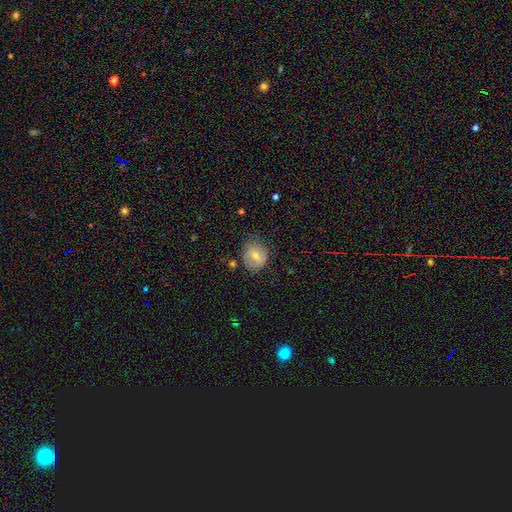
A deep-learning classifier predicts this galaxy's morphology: A smooth galaxy with no disk features (56%) that is round (69%). Merging: none (69%).